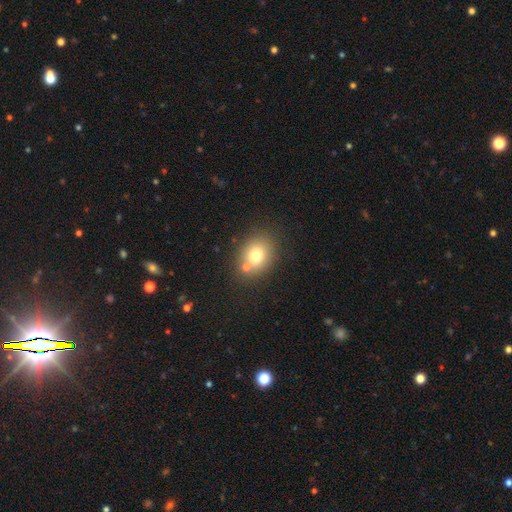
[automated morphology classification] Smooth or featured: smooth — 73% (featured or disk — 14%)
How rounded: round — 55% (in between — 45%)
Merging: none — 69% (merger — 17%)